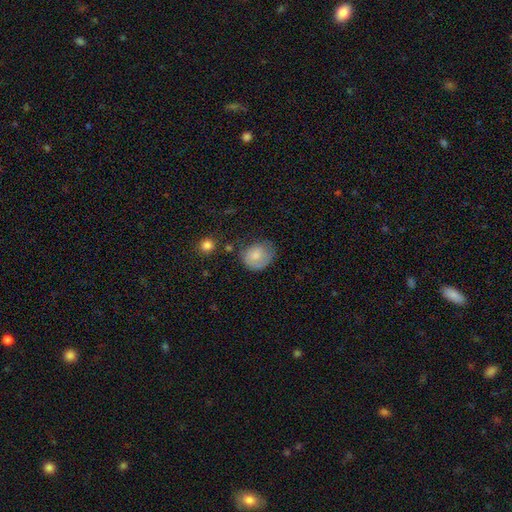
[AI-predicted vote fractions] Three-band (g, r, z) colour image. It shows a smooth galaxy with no disk features (75%) that is round (62%). Merging: none (48%).